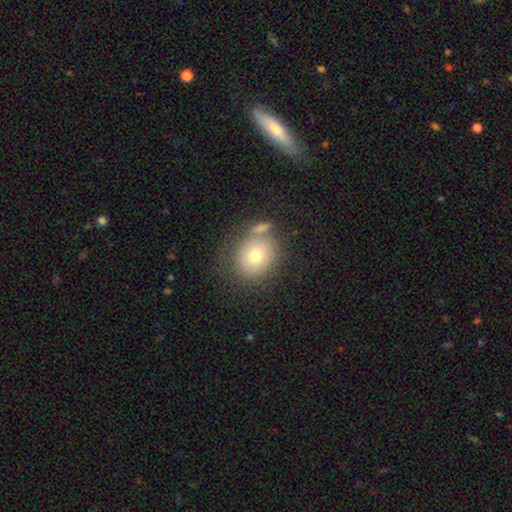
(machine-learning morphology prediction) Smooth or featured: smooth — 71% (featured or disk — 17%)
How rounded: round — 72% (in between — 27%)
Merging: none — 62% (merger — 16%)